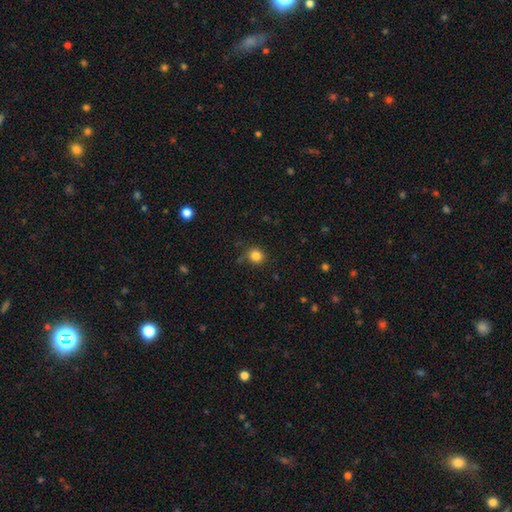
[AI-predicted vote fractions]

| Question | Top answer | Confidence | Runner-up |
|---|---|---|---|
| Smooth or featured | smooth | 83% | star or artifact (12%) |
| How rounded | round | 88% | in between (11%) |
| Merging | none | 83% | minor disturbance (12%) |